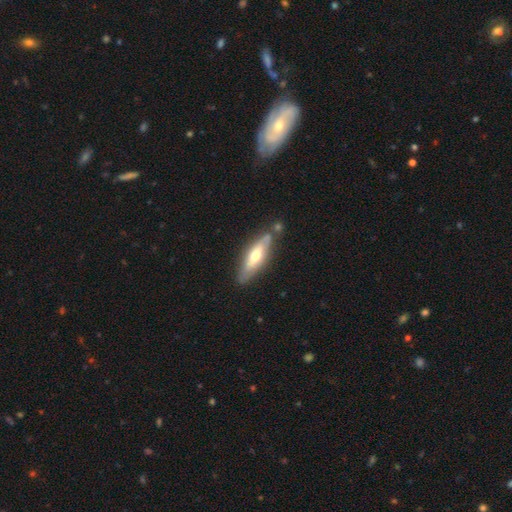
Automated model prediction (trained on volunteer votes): smooth-or-featured: featured or disk: 51% | smooth: 44% | star or artifact: 5%
  disk-edge-on: yes: 68% | no: 32%
  merging: none: 72% | minor disturbance: 16% | merger: 8% | major disturbance: 4%